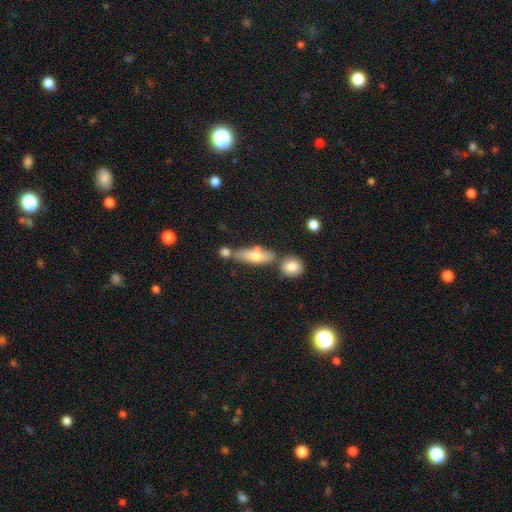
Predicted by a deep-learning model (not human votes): smooth 57%, featured or disk 33%, star or artifact 10%. Down the decision tree: how rounded — cigar-shaped (52%); merging — none (56%).